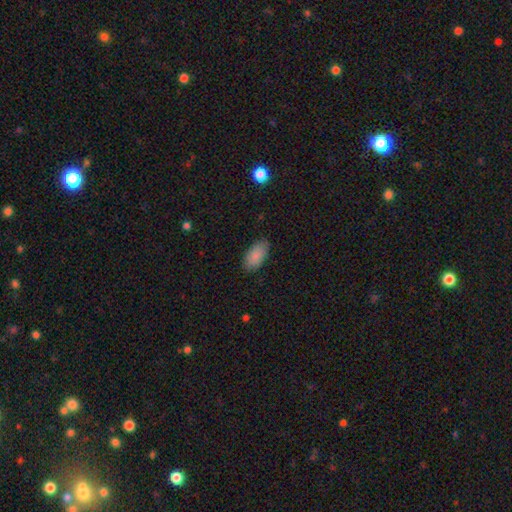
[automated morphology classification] A smooth galaxy with no disk features (88%) that is in between round and cigar-shaped (94%).

Vote fractions:
- Smooth or featured? smooth: 88% / star or artifact: 6% / featured or disk: 5%
- How rounded? in between: 94% / cigar-shaped: 3% / round: 3%
- Merging? none: 84% / minor disturbance: 13% / major disturbance: 3% / merger: 1%